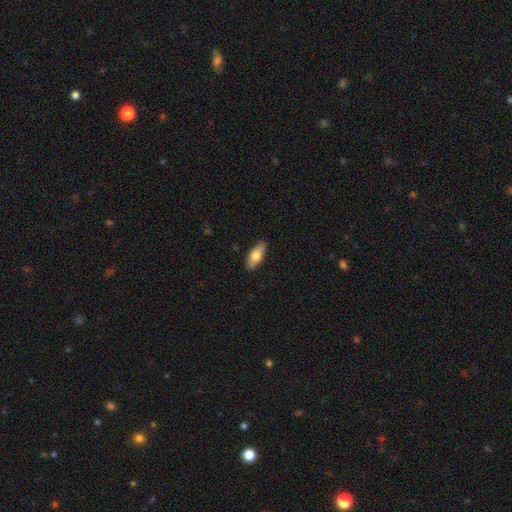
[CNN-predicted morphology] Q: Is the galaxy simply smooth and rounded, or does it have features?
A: smooth — 74%.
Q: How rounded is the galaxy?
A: in between — 81%.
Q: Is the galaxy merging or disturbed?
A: none — 86%.